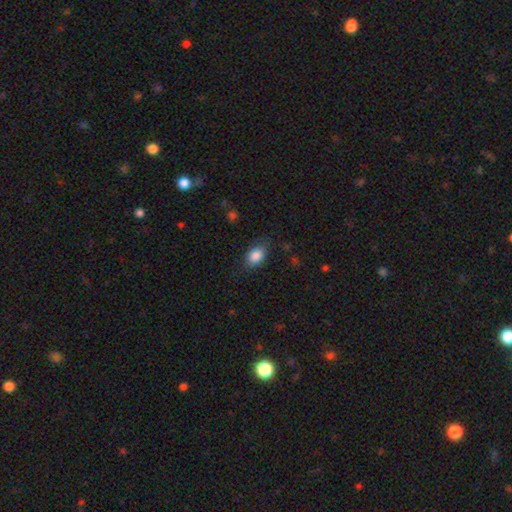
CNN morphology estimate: Smooth or featured? Predicted: smooth (p=0.86). How rounded? Predicted: in between (p=0.85). Merging? Predicted: none (p=0.77).